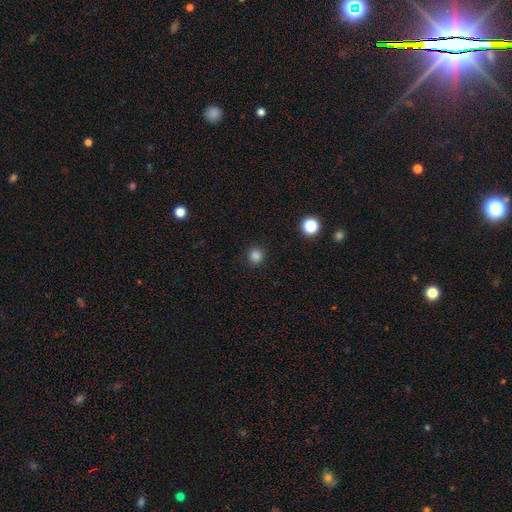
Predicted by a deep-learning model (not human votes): This is clearly a smooth galaxy (83%). How rounded: clearly round (94%). Merging: clearly none (90%).